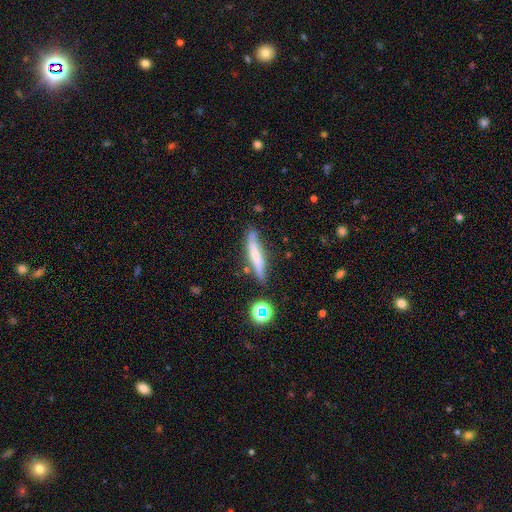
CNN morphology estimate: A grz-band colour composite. It shows a smooth galaxy with no disk features (49%). Merging: none (73%).